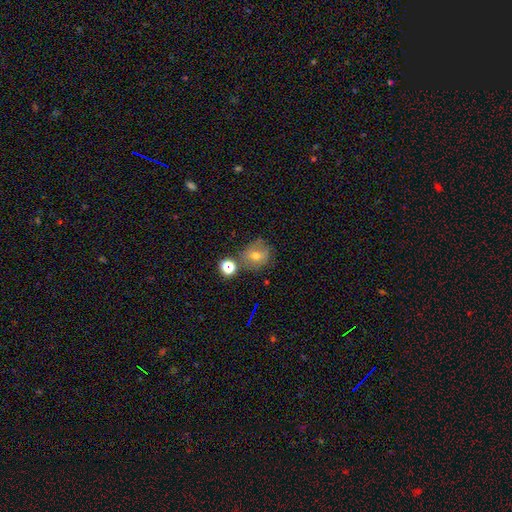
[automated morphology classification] The model was most divided on "smooth or featured": smooth: 63%, featured or disk: 22%, star or artifact: 15%. More confident: how rounded — round (81%); merging — none (65%).